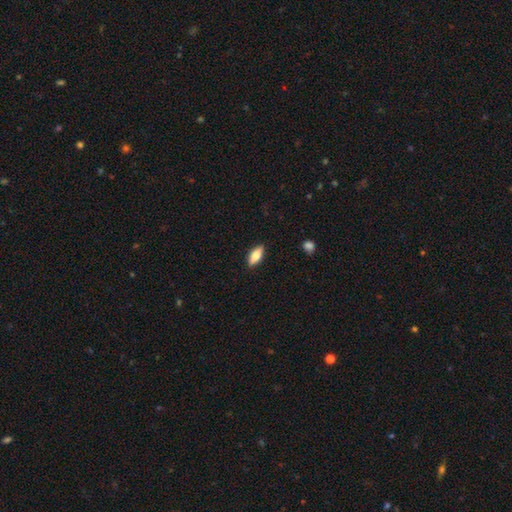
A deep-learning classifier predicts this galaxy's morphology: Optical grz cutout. It shows a smooth galaxy with no disk features (69%) that is in between round and cigar-shaped (75%). Merging: none (88%).